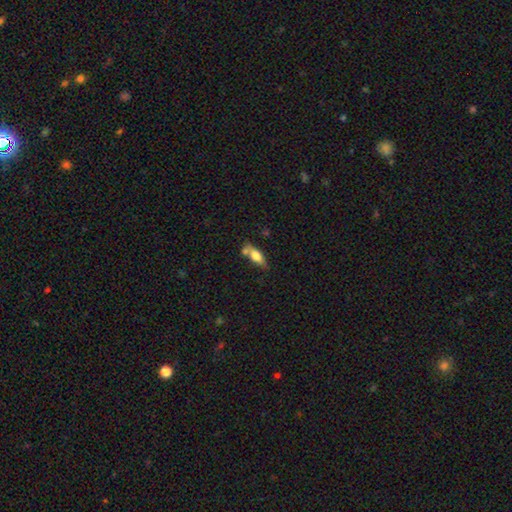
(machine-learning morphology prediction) Overall: smooth (60%; featured or disk 32%). How rounded: in between (63%; cigar-shaped 32%). Merging: none (53%; merger 23%).